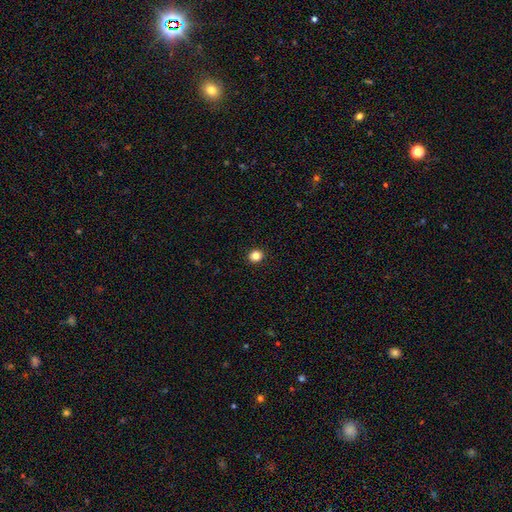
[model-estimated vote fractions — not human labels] Overall: smooth (84%). How rounded: round (81%). Merging: none (93%).